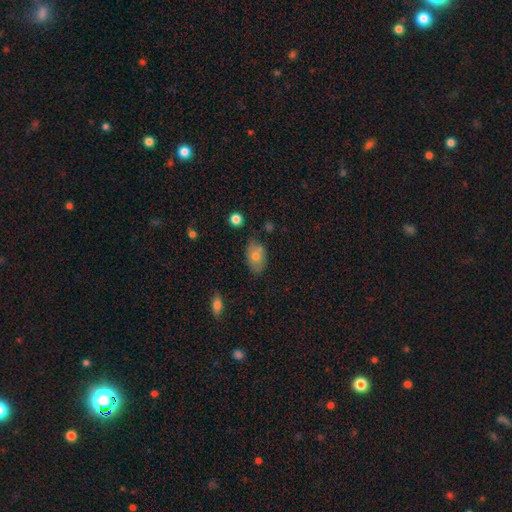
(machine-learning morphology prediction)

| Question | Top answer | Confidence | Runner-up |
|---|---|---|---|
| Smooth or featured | smooth | 72% | featured or disk (19%) |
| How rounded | in between | 87% | round (11%) |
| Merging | none | 72% | minor disturbance (17%) |